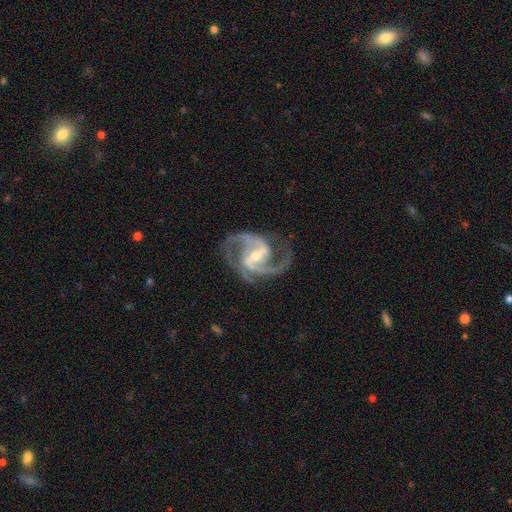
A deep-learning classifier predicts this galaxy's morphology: smooth_or_featured: featured or disk (p=0.93) [alt: star or artifact p=0.04]
disk_edge_on: no (p=0.98) [alt: yes p=0.02]
bar: strong (p=0.44) [alt: weak p=0.43]
has_spiral_arms: yes (p=0.98) [alt: no p=0.02]
spiral_winding: medium (p=0.66) [alt: loose p=0.17]
spiral_arm_count: 2 (p=0.84) [alt: 3 p=0.09]
bulge_size: moderate (p=0.54) [alt: small p=0.42]
merging: none (p=0.77) [alt: minor disturbance p=0.14]